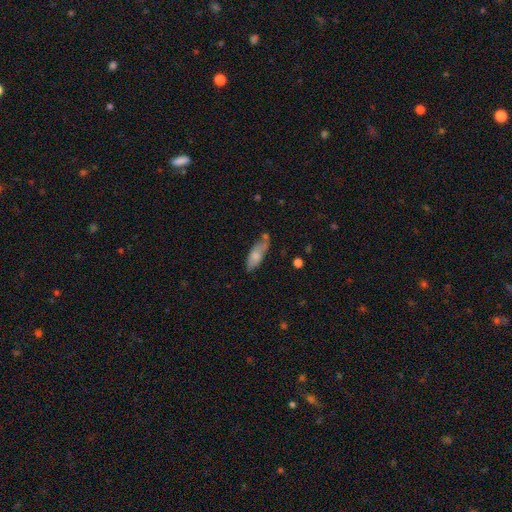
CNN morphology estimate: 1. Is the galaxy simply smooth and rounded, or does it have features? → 75% smooth, 19% featured or disk, 7% star or artifact.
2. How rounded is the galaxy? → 65% in between, 33% cigar-shaped, 2% round.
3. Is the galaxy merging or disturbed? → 56% none, 28% minor disturbance, 10% merger, 7% major disturbance.